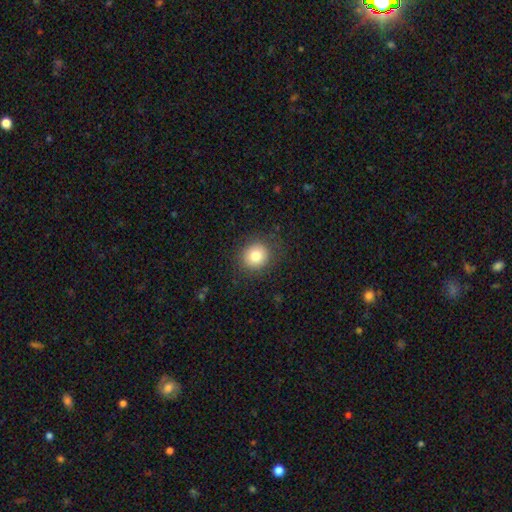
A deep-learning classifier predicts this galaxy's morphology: smooth_or_featured: smooth (p=0.81) [alt: star or artifact p=0.10]
how_rounded: round (p=0.84) [alt: in between p=0.15]
merging: none (p=0.86) [alt: minor disturbance p=0.09]